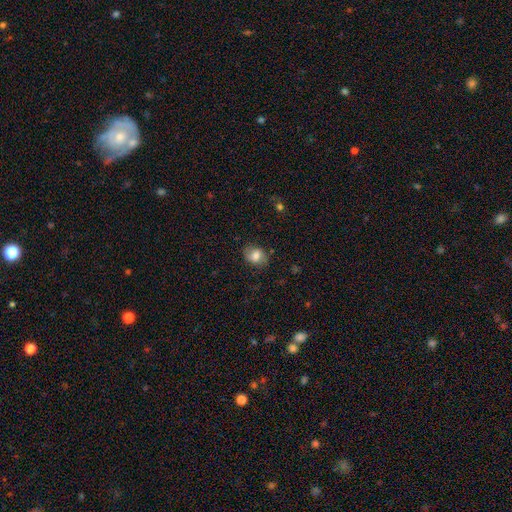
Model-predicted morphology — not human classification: smooth_or_featured: smooth (p=0.78) [alt: featured or disk p=0.12]
how_rounded: in between (p=0.52) [alt: round p=0.47]
merging: none (p=0.75) [alt: minor disturbance p=0.18]